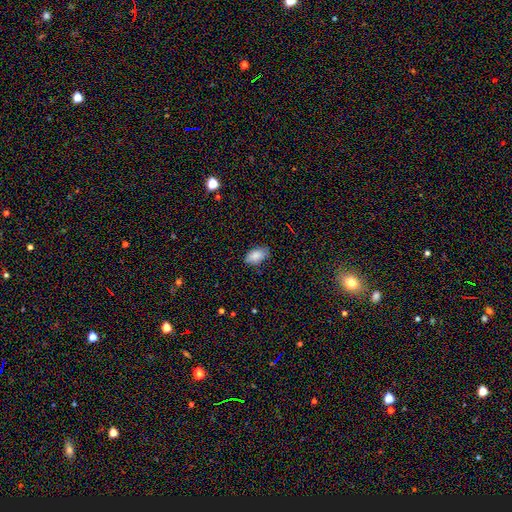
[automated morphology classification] smooth 85%, star or artifact 8%, featured or disk 7%. Down the decision tree: how rounded — in between (92%); merging — none (78%).